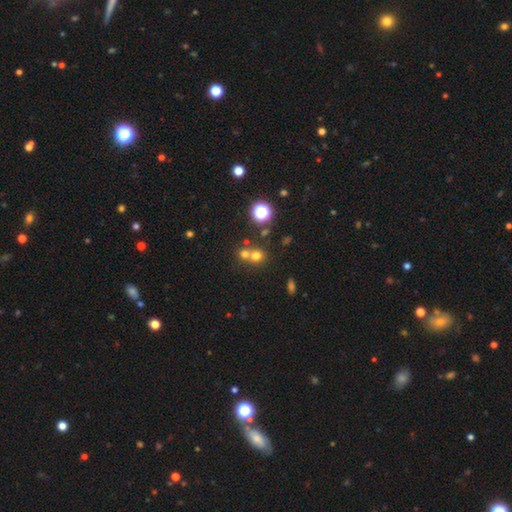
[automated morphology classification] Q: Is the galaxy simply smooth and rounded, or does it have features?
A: smooth — 65%.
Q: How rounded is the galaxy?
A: round — 81%.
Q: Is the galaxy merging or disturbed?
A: merger — 47%.